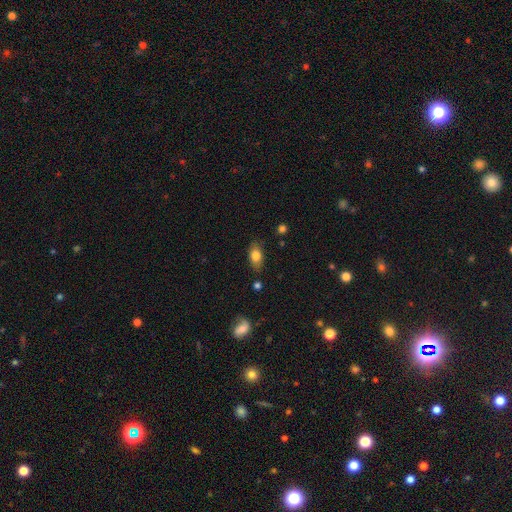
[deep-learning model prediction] This appears to be a smooth galaxy with no disk features (78%) that is in between round and cigar-shaped (85%). Merging: none (77%).